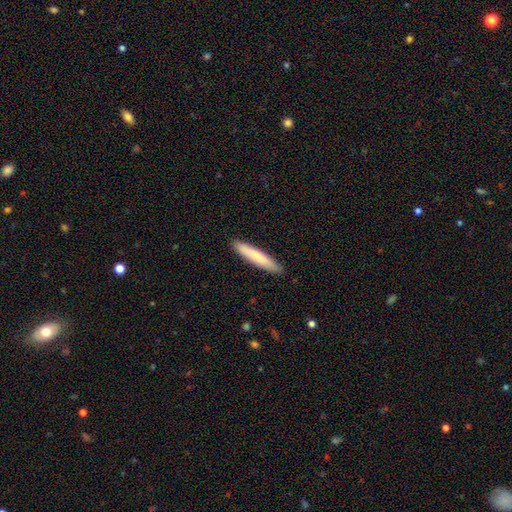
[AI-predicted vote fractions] Overall: smooth (73%). How rounded: cigar-shaped (92%). Merging: none (90%).